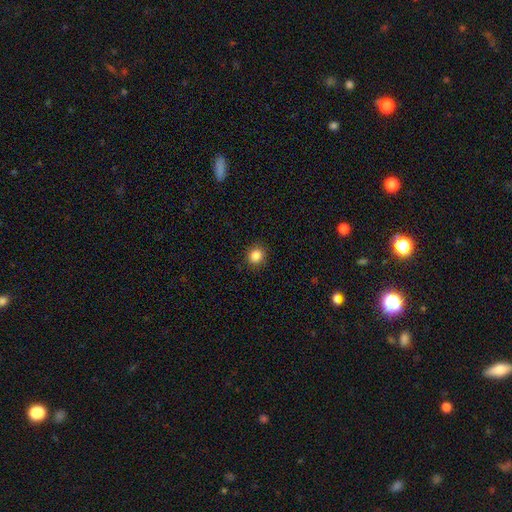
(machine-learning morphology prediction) Smooth or featured? Predicted: smooth (p=0.86). How rounded? Predicted: round (p=0.84). Merging? Predicted: none (p=0.90).